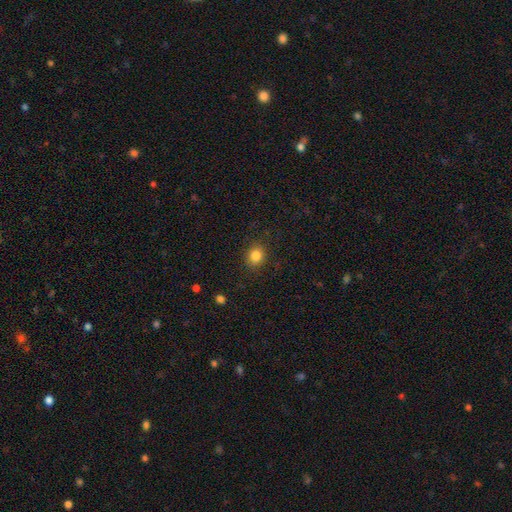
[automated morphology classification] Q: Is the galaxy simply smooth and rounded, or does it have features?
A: smooth — 84%.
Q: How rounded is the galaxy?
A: round — 69%.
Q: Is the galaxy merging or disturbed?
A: none — 88%.